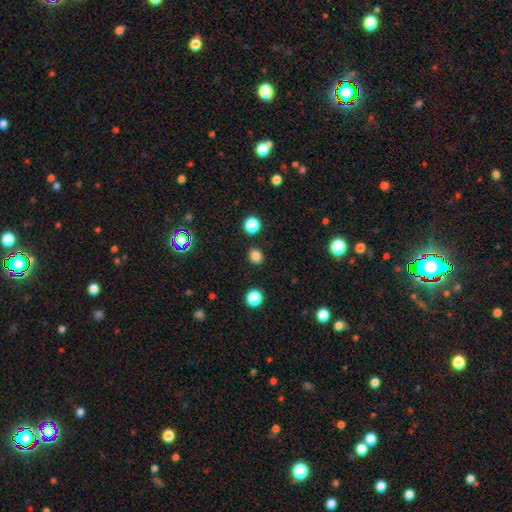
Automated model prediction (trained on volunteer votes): smooth 82%, star or artifact 14%, featured or disk 4%. Down the decision tree: how rounded — round (67%); merging — none (89%).